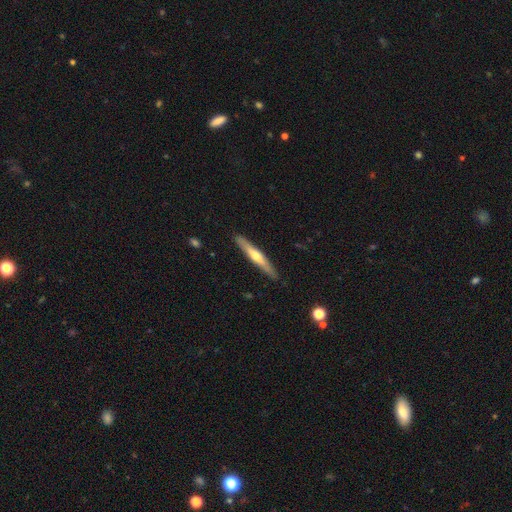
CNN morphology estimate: smooth-or-featured: featured or disk: 55% | smooth: 39% | star or artifact: 5%
  disk-edge-on: yes: 95% | no: 5%
    edge-on-bulge: rounded: 81% | none: 15% | boxy: 4%
  merging: none: 89% | minor disturbance: 9% | major disturbance: 2% | merger: 1%